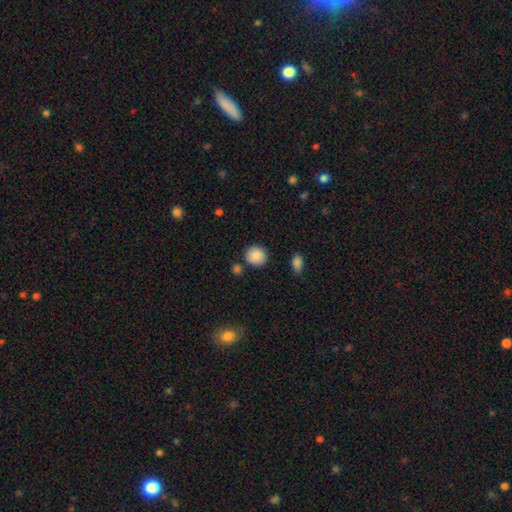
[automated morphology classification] The model was most divided on "merging": none: 83%, minor disturbance: 9%, merger: 5%, major disturbance: 3%. More confident: how rounded — round (88%); smooth or featured — smooth (88%).